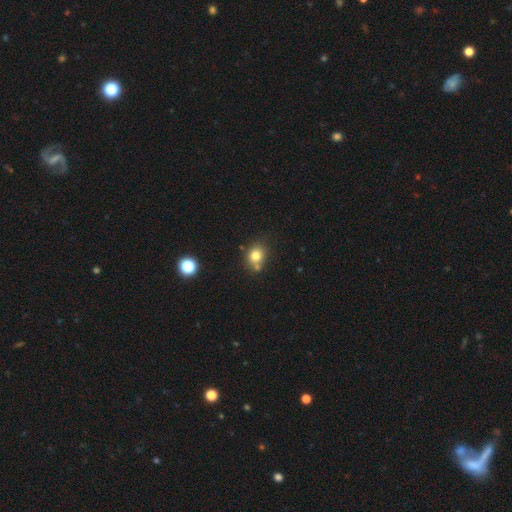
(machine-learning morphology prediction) Smooth or featured: smooth — 77% (star or artifact — 13%)
How rounded: round — 69% (in between — 30%)
Merging: none — 64% (merger — 17%)